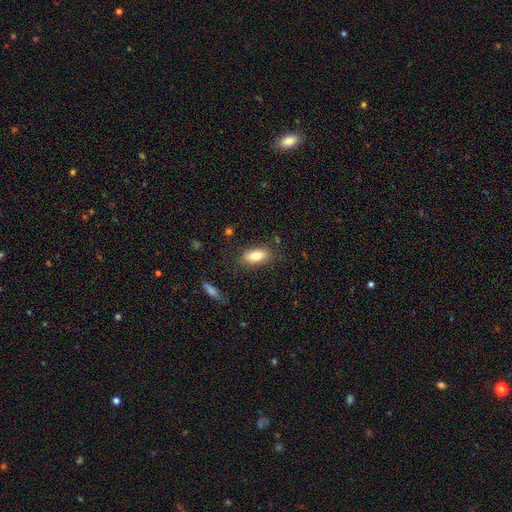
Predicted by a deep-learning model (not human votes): smooth-or-featured: smooth: 77% | featured or disk: 15% | star or artifact: 7%
  how-rounded: in between: 84% | cigar-shaped: 12% | round: 4%
  merging: none: 83% | minor disturbance: 12% | major disturbance: 3% | merger: 2%